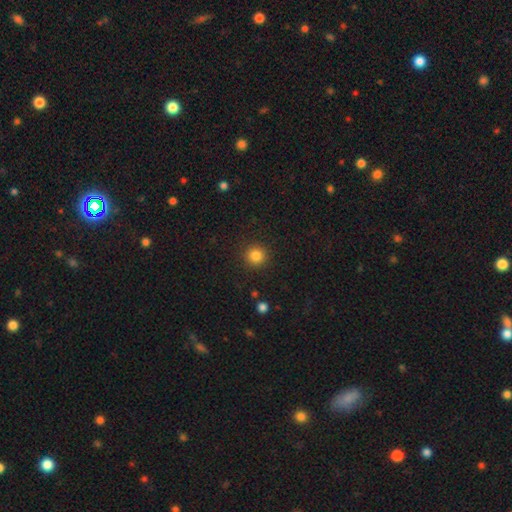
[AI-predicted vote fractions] smooth 84%, star or artifact 11%, featured or disk 4%. Down the decision tree: how rounded — round (94%); merging — none (91%).